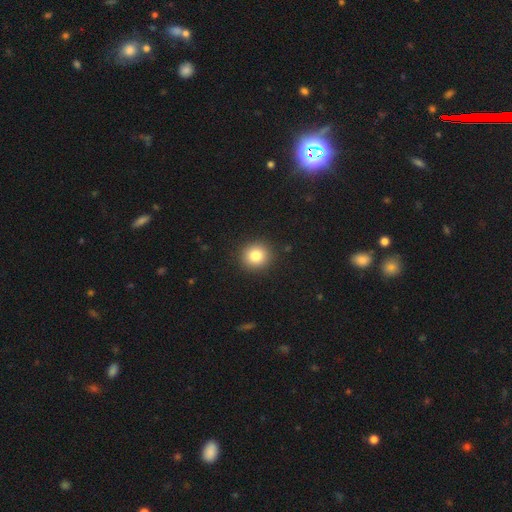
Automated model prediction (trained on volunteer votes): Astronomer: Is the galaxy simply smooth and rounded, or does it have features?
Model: smooth — 83%.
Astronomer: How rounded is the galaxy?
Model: round — 90%.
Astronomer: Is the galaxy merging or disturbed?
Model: none — 91%.